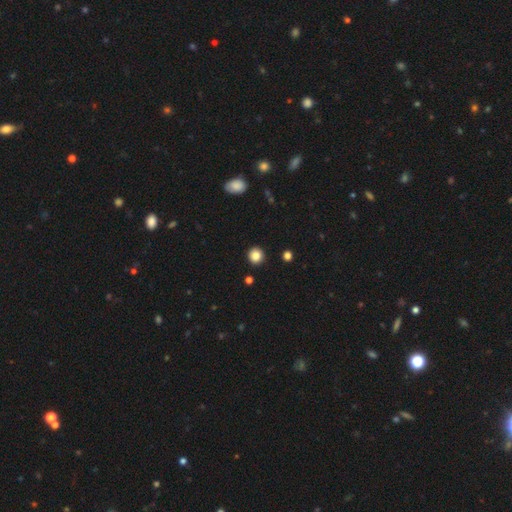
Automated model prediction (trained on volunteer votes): Smooth or featured? smooth (86%)
How rounded? round (92%)
Merging? none (92%)